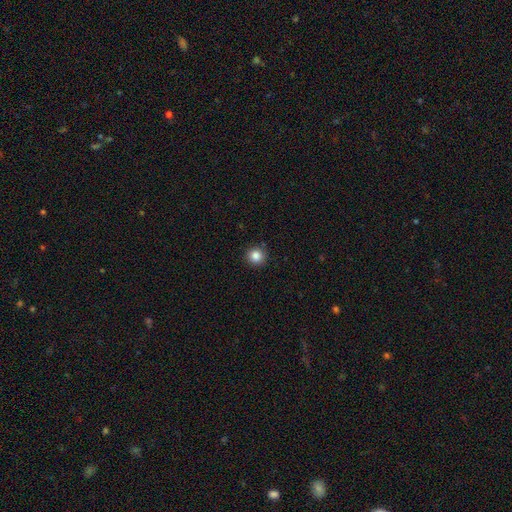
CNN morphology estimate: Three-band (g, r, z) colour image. It shows a smooth galaxy with no disk features (85%) that is round (94%). Merging: none (91%).